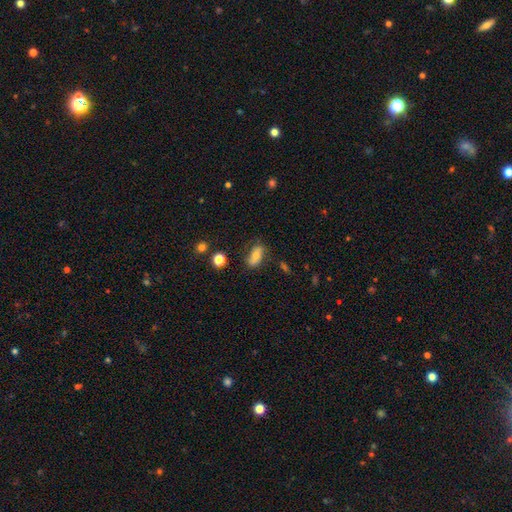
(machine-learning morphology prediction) The model was most divided on "smooth or featured": smooth: 64%, featured or disk: 26%, star or artifact: 10%. More confident: how rounded — in between (85%); merging — none (67%).